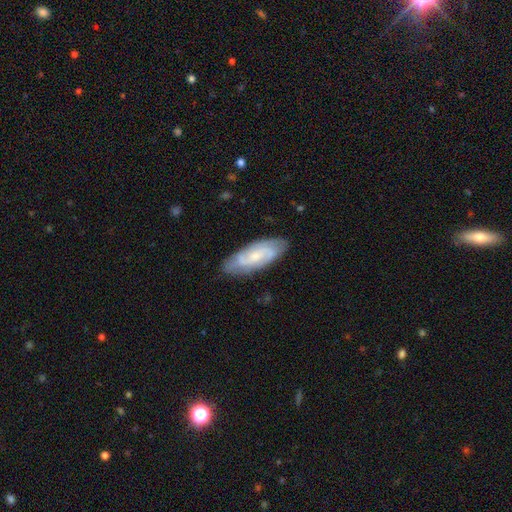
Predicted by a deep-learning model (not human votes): This is likely a featured or disk galaxy (76%). It is clearly not viewed edge-on (91%). Bar: possibly no (46%). Spiral arm pattern: clearly yes (94%). Spiral arm count: possibly 2 (57%). Spiral winding: possibly tight (46%). Central bulge: possibly small (58%). Merging: clearly none (83%).